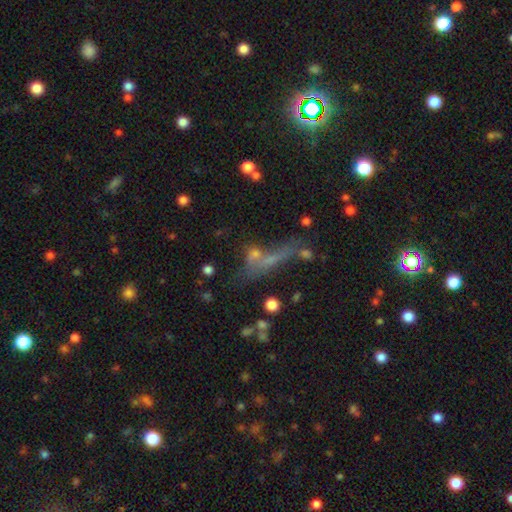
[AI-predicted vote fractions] smooth 44%, star or artifact 28%, featured or disk 28%. Down the decision tree: merging — none (41%).